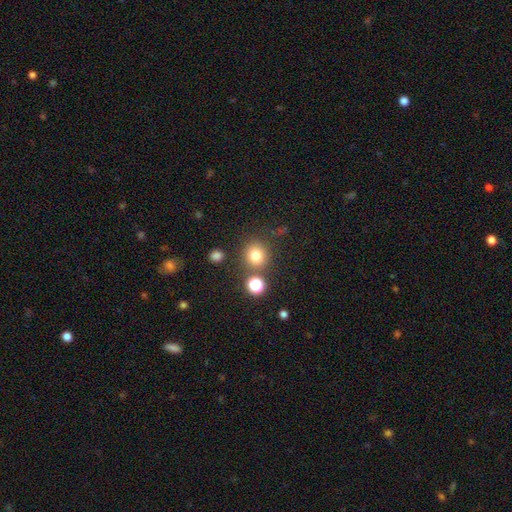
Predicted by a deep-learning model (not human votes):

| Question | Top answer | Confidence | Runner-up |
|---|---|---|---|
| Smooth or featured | smooth | 77% | star or artifact (15%) |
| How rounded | round | 89% | in between (10%) |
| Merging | none | 78% | minor disturbance (9%) |